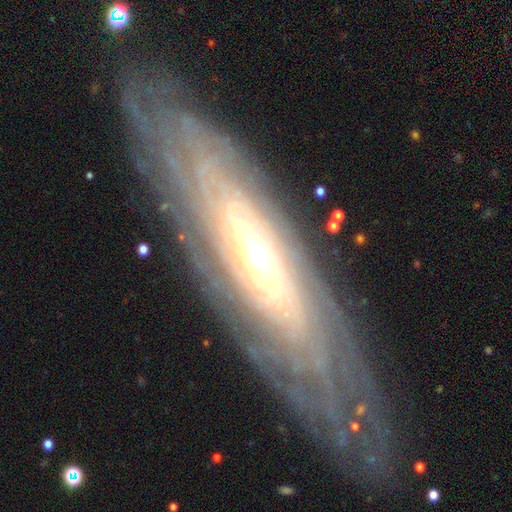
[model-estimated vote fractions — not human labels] The model was most divided on "bulge size": moderate: 57%, small: 25%, large: 15%, dominant: 2%, none: 1%. More confident: spiral arms — yes (84%); smooth or featured — featured or disk (83%); merging — none (83%); edge-on disk — no (69%); bar — no (60%).